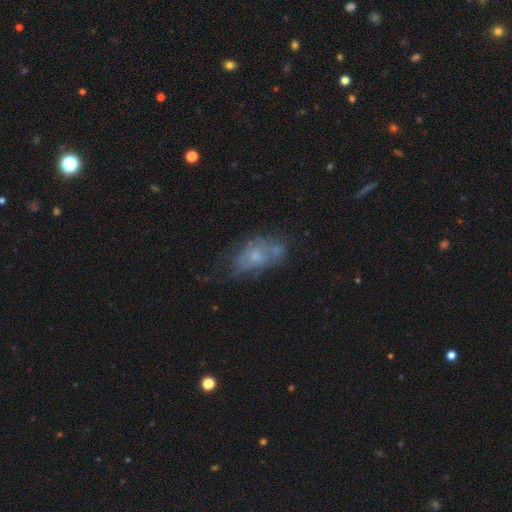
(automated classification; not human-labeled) featured or disk 46%, smooth 42%, star or artifact 12%. Down the decision tree: merging — none (34%).